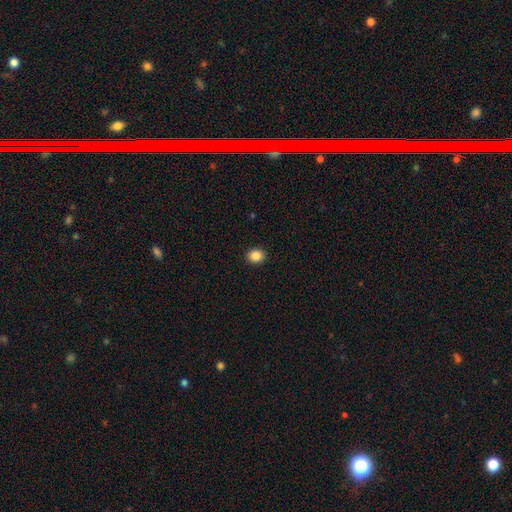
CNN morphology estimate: Smooth or featured? smooth (87%)
How rounded? round (66%)
Merging? none (92%)